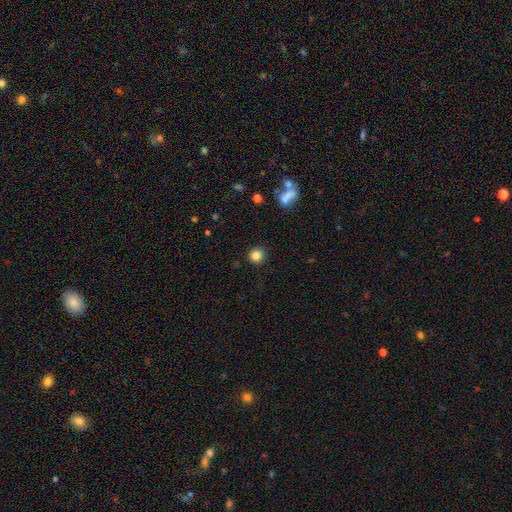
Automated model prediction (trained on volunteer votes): smooth_or_featured: smooth (p=0.84) [alt: star or artifact p=0.11]
how_rounded: round (p=0.91) [alt: in between p=0.08]
merging: none (p=0.89) [alt: minor disturbance p=0.07]